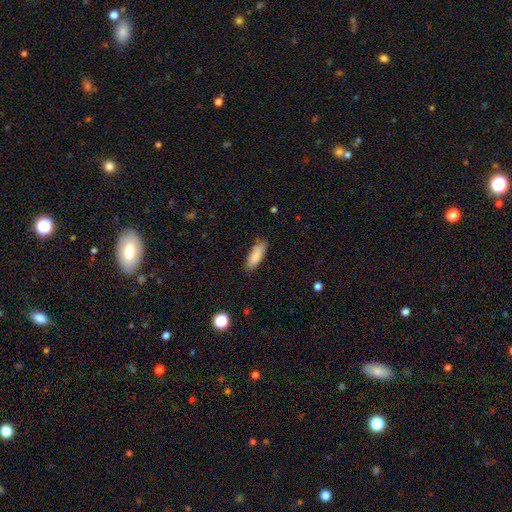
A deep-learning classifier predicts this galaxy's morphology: Smooth or featured?
  - smooth: 87% *
  - featured or disk: 7%
  - star or artifact: 6%
How rounded?
  - in between: 65% *
  - cigar-shaped: 33%
  - round: 2%
Merging?
  - none: 81% *
  - minor disturbance: 15%
  - major disturbance: 3%
  - merger: 1%